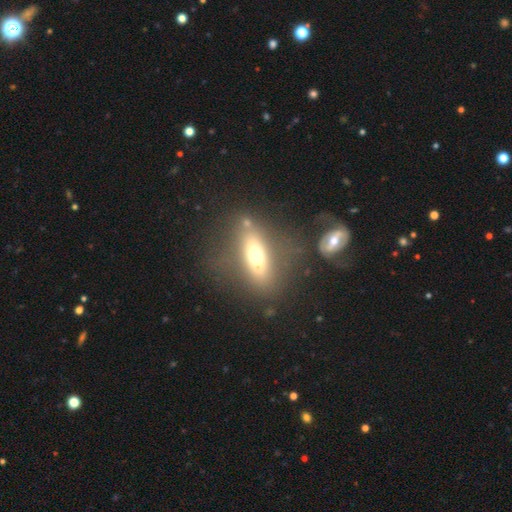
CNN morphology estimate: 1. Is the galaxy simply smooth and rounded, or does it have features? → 54% smooth, 35% featured or disk, 11% star or artifact.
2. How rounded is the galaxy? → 66% in between, 25% cigar-shaped, 9% round.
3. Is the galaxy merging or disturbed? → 52% none, 19% merger, 16% minor disturbance, 13% major disturbance.